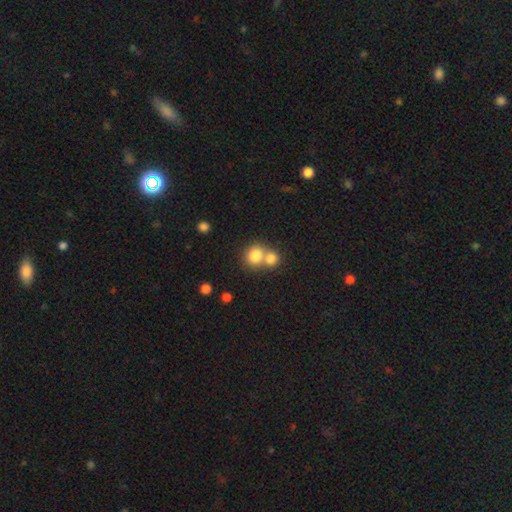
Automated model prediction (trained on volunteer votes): Morphology: type=smooth (80%); roundness=round (81%); merging=merger (53%).